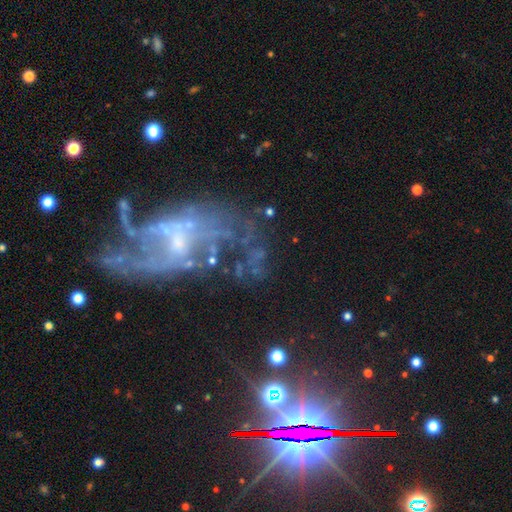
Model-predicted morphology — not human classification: Smooth or featured? Predicted: featured or disk (p=0.75). Edge-on disk? Predicted: no (p=0.96). Bar? Predicted: no (p=0.56). Spiral arms? Predicted: yes (p=0.70). Bulge size? Predicted: small (p=0.53). Merging? Predicted: none (p=0.41).